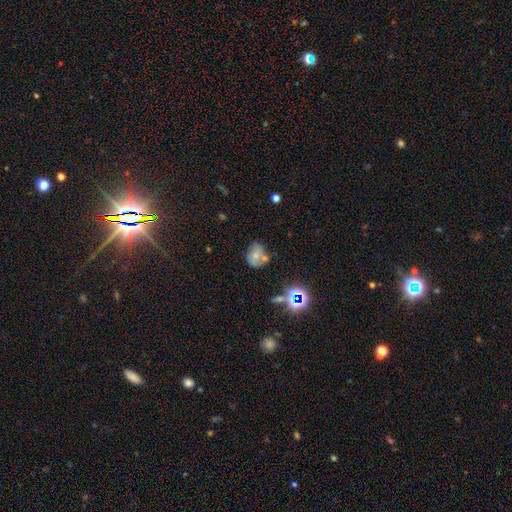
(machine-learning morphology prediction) smooth_or_featured: smooth (p=0.57) [alt: featured or disk p=0.27]
how_rounded: round (p=0.55) [alt: in between p=0.44]
merging: none (p=0.45) [alt: merger p=0.23]